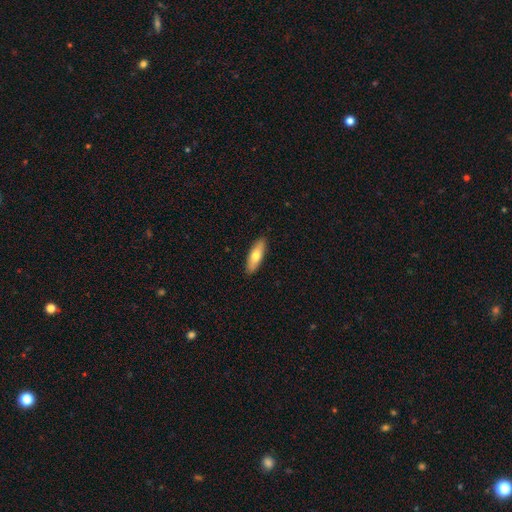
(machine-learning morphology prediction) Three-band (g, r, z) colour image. It shows a smooth galaxy with no disk features (72%) that is in between round and cigar-shaped (53%). Merging: none (90%).